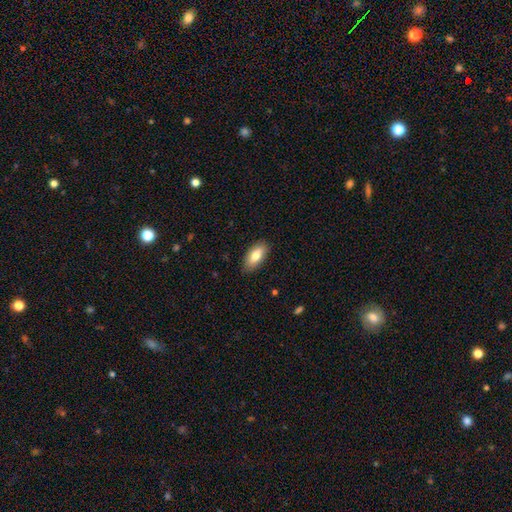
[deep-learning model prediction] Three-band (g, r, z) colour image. It shows a smooth galaxy with no disk features (78%) that is in between round and cigar-shaped (88%). Merging: none (87%).